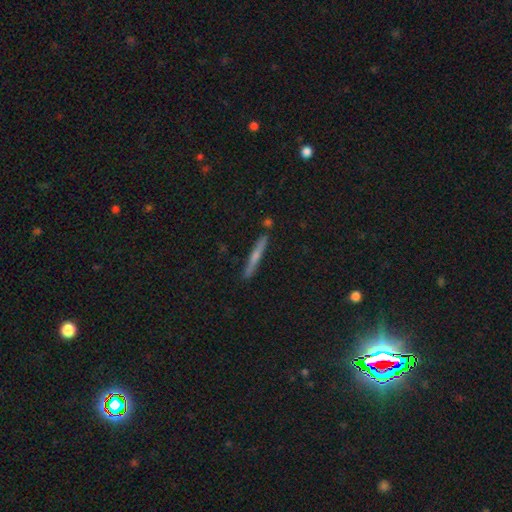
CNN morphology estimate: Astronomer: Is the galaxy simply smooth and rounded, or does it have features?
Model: featured or disk — 48% (runner-up: smooth, 45%).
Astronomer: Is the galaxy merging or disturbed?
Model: none — 87%.